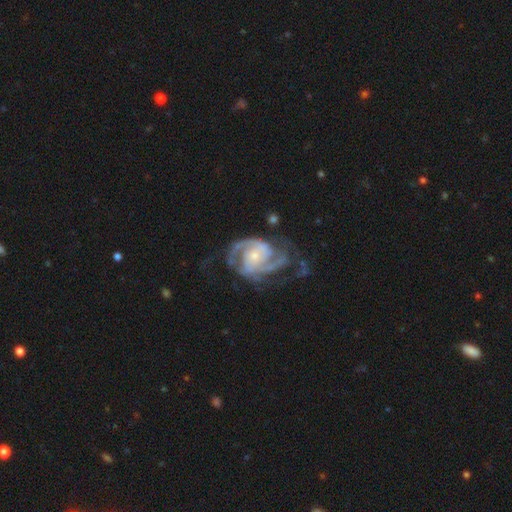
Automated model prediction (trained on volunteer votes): Q: Smooth or featured?
A: featured or disk (91%); runner-up: smooth (4%)
Q: Edge-on disk?
A: no (98%); runner-up: yes (2%)
Q: Bar?
A: no (64%); runner-up: weak (28%)
Q: Spiral arms?
A: yes (98%); runner-up: no (2%)
Q: Spiral winding?
A: medium (48%); runner-up: tight (41%)
Q: Spiral arm count?
A: 2 (50%); runner-up: 3 (24%)
Q: Bulge size?
A: small (66%); runner-up: moderate (28%)
Q: Merging?
A: none (58%); runner-up: minor disturbance (20%)